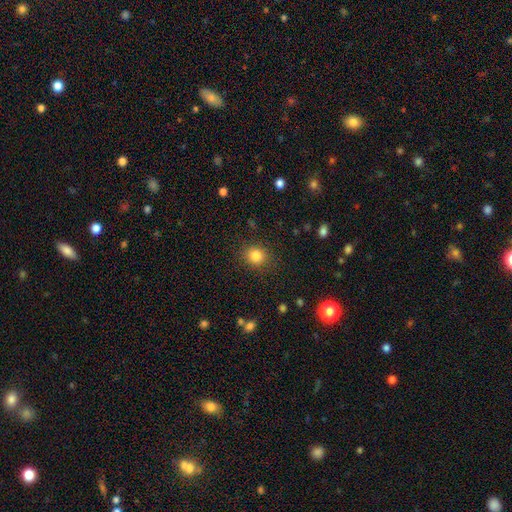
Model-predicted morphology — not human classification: A smooth galaxy with no disk features (82%) that is round (79%). Merging: none (87%).